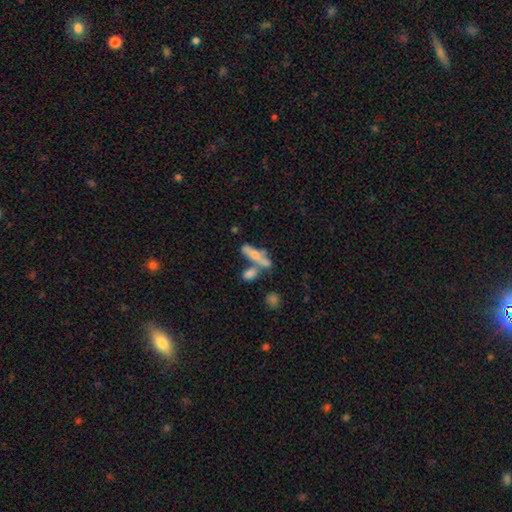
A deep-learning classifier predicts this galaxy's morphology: smooth 55%, featured or disk 36%, star or artifact 9%. Down the decision tree: how rounded — cigar-shaped (53%); merging — merger (42%).